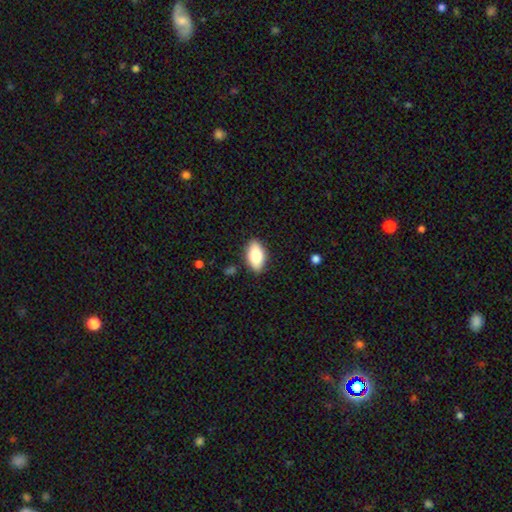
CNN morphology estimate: Overall: smooth (77%). How rounded: in between (91%). Merging: none (87%).